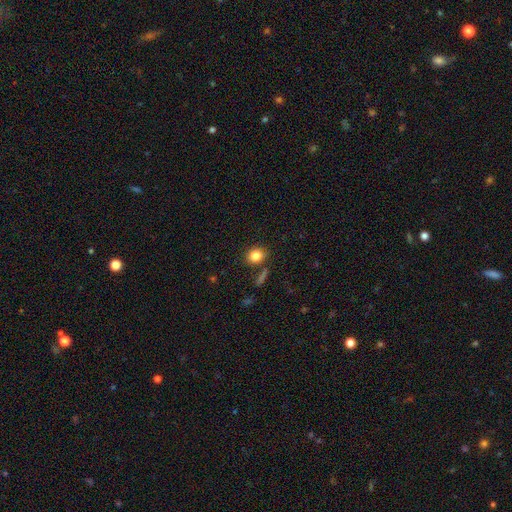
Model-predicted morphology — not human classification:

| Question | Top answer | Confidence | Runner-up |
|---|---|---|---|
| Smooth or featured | smooth | 83% | star or artifact (11%) |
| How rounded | round | 65% | in between (33%) |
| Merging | none | 80% | minor disturbance (10%) |